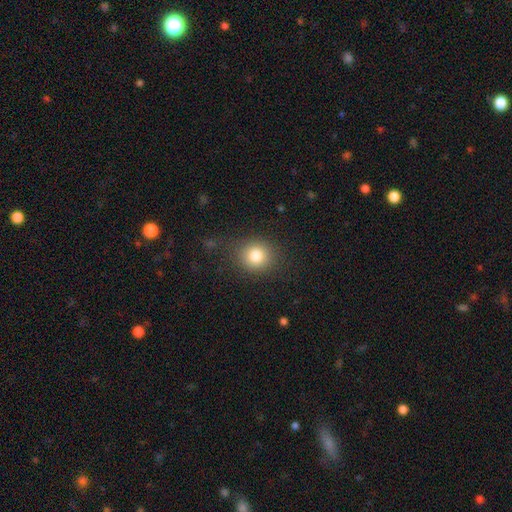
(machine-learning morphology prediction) The model was most divided on "smooth or featured": smooth: 81%, star or artifact: 11%, featured or disk: 8%. More confident: how rounded — round (85%); merging — none (83%).